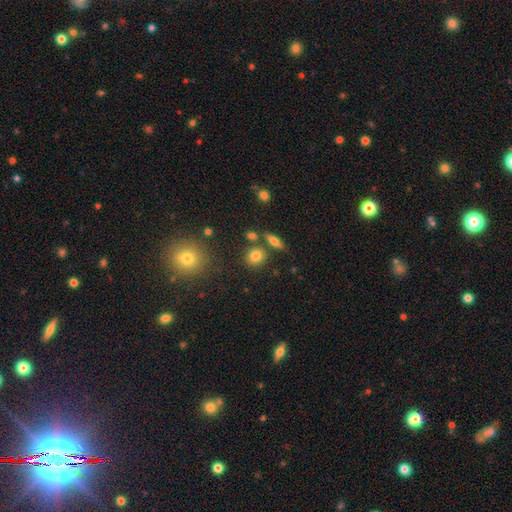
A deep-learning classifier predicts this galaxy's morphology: smooth 79%, star or artifact 12%, featured or disk 10%. Down the decision tree: how rounded — round (76%); merging — none (75%).